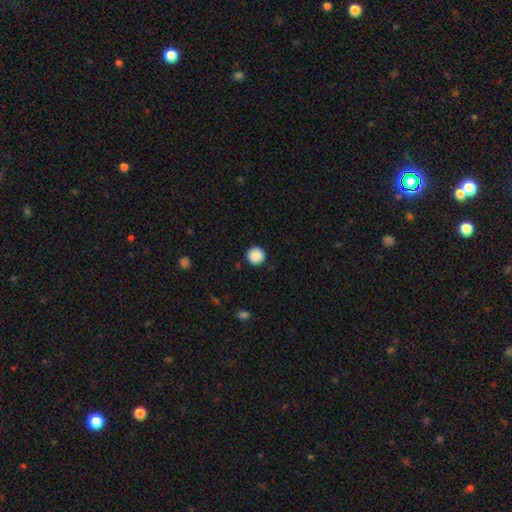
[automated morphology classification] A smooth galaxy with no disk features (89%) that is round (96%). Merging: none (92%).